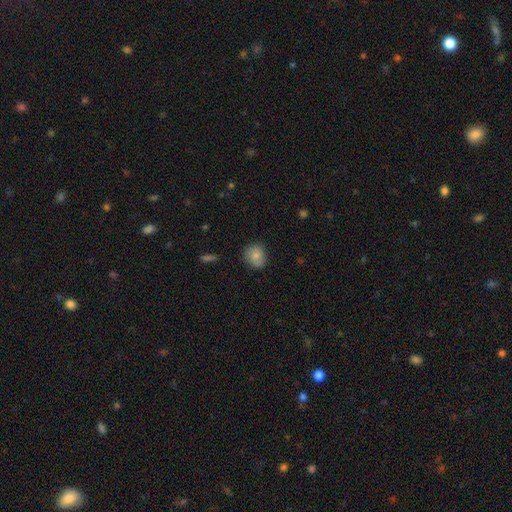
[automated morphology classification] Smooth or featured? smooth (80%)
How rounded? round (78%)
Merging? none (78%)